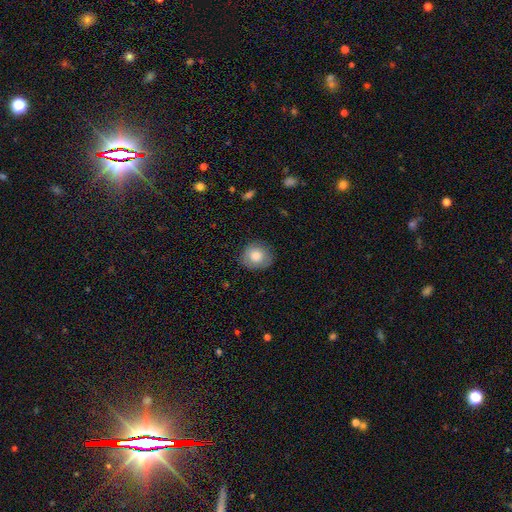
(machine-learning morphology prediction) The model was most divided on "how rounded": round: 81%, in between: 18%, cigar-shaped: 1%. More confident: merging — none (83%); smooth or featured — smooth (80%).